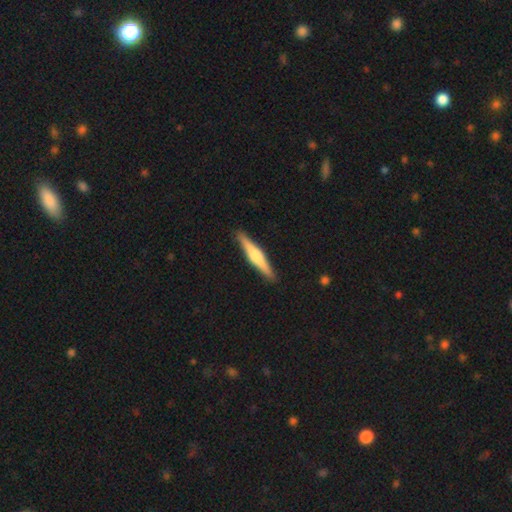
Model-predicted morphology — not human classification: featured or disk 57%, smooth 38%, star or artifact 5%. Down the decision tree: edge-on disk — yes (97%); edge-on bulge — rounded (78%); merging — none (91%).